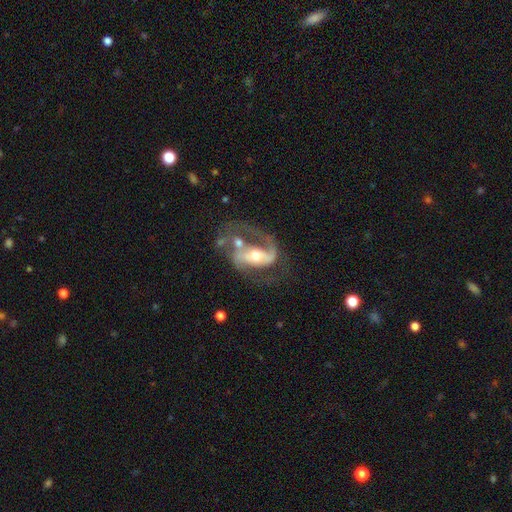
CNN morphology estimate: Q: Smooth or featured?
A: featured or disk (86%); runner-up: smooth (8%)
Q: Edge-on disk?
A: no (96%); runner-up: yes (4%)
Q: Bar?
A: strong (40%); runner-up: weak (36%)
Q: Spiral arms?
A: yes (93%); runner-up: no (7%)
Q: Spiral winding?
A: medium (50%); runner-up: loose (35%)
Q: Spiral arm count?
A: 2 (70%); runner-up: 1 (21%)
Q: Bulge size?
A: moderate (62%); runner-up: small (27%)
Q: Merging?
A: none (40%); runner-up: major disturbance (28%)